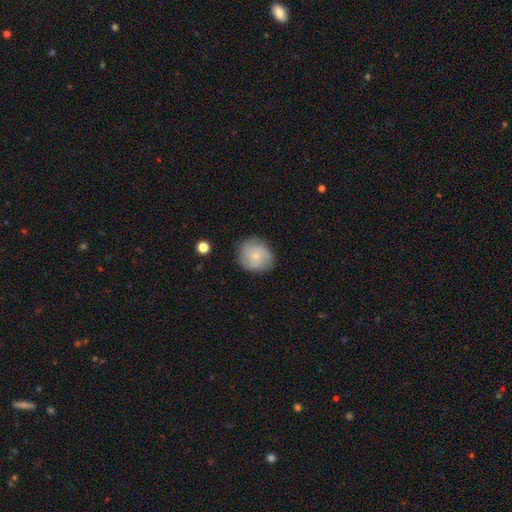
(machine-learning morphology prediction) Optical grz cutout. It shows a smooth galaxy with no disk features (65%) that is round (84%). Merging: none (79%).